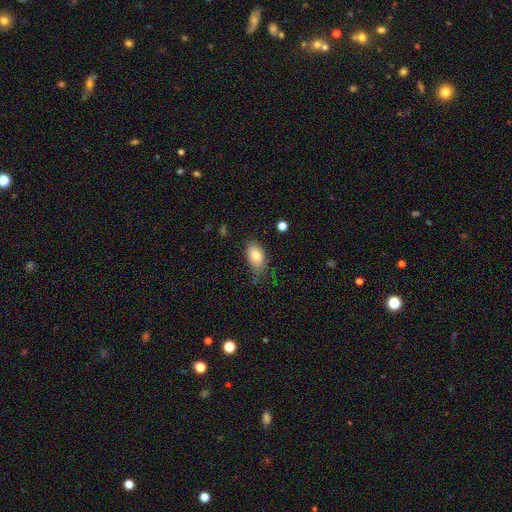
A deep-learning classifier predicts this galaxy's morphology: A smooth galaxy with no disk features (81%) that is in between round and cigar-shaped (92%). Merging: none (67%).